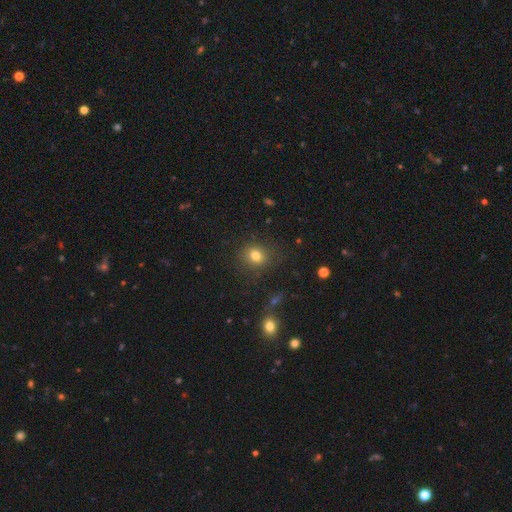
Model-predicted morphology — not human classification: This is likely a smooth galaxy (78%). How rounded: likely round (77%). Merging: clearly none (83%).